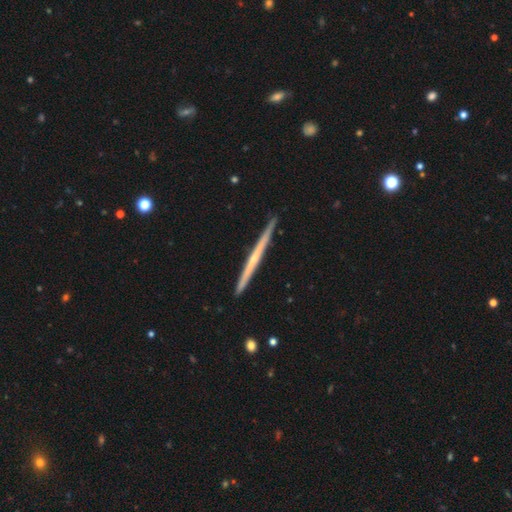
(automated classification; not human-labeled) Smooth or featured? featured or disk (72%)
Edge-on disk? yes (98%)
Edge-on bulge? none (56%)
Merging? none (92%)